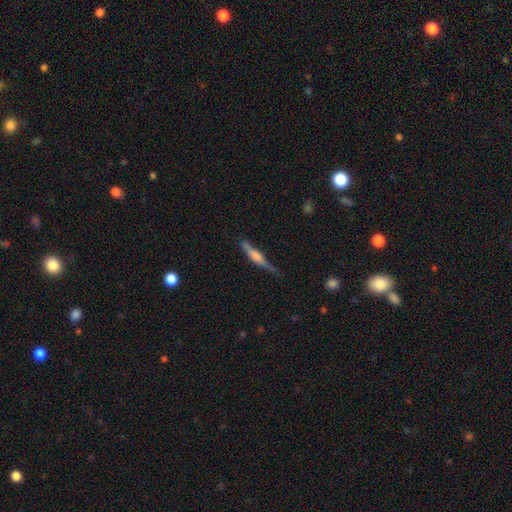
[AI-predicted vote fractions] Morphology: type=featured or disk (64%); edge-on=yes (95%); edge-on bulge=rounded (62%); merging=none (71%).